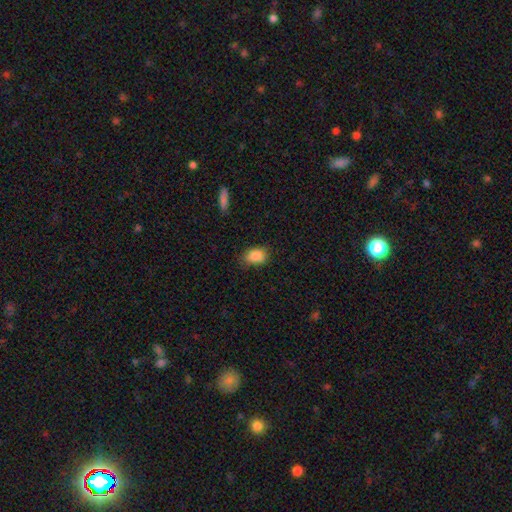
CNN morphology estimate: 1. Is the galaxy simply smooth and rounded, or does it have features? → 87% smooth, 8% star or artifact, 5% featured or disk.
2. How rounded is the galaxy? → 81% in between, 18% round, 2% cigar-shaped.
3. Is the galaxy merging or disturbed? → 77% none, 18% minor disturbance, 4% major disturbance, 1% merger.